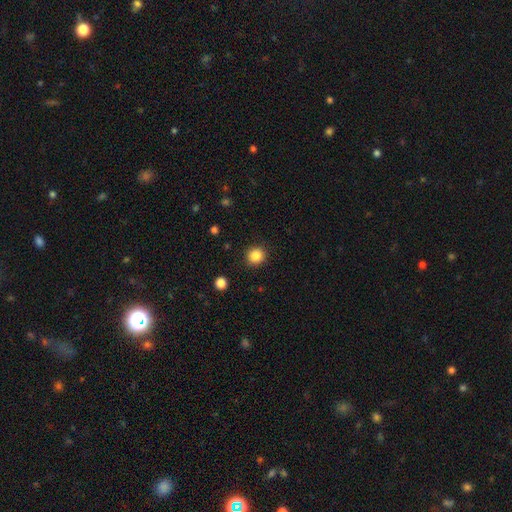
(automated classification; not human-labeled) The model was most divided on "smooth or featured": smooth: 85%, star or artifact: 11%, featured or disk: 4%. More confident: how rounded — round (91%); merging — none (91%).